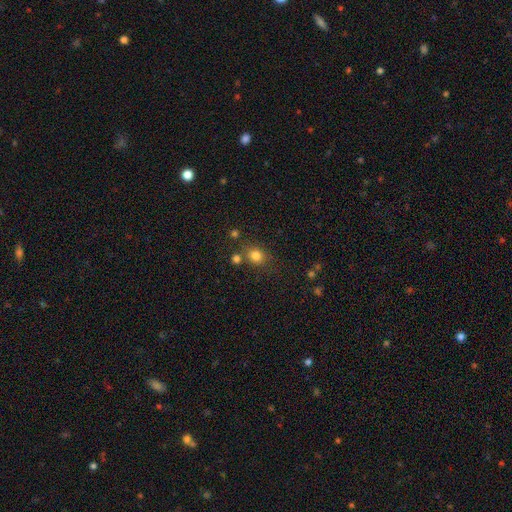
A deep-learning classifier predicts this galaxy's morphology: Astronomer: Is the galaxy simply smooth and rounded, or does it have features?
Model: smooth — 80%.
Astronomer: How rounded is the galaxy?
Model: round — 70%.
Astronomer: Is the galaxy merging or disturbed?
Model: none — 70%.